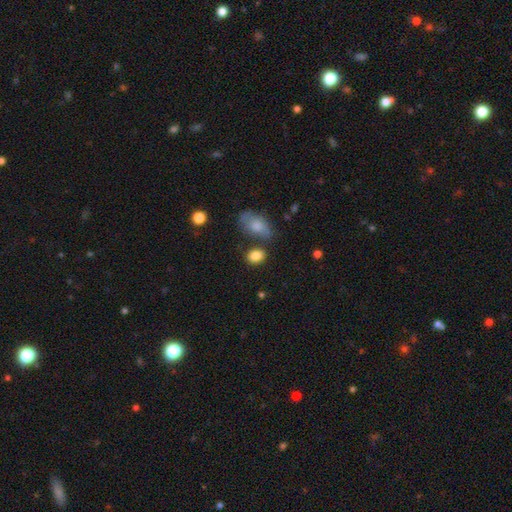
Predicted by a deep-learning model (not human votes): Smooth or featured? Predicted: smooth (p=0.86). How rounded? Predicted: in between (p=0.67). Merging? Predicted: none (p=0.71).